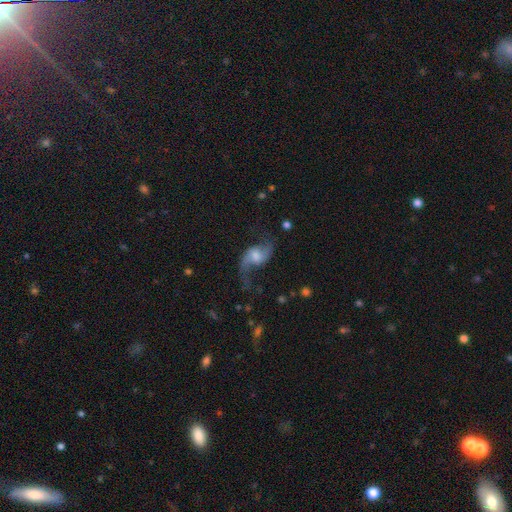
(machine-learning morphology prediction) Smooth or featured: featured or disk — 84% (smooth — 10%)
Edge-on disk: no — 97% (yes — 3%)
Bar: no — 47% (weak — 42%)
Spiral arms: yes — 96% (no — 4%)
Spiral winding: loose — 85% (medium — 13%)
Spiral arm count: 2 — 93% (1 — 3%)
Bulge size: moderate — 41% (small — 25%)
Merging: none — 68% (minor disturbance — 16%)